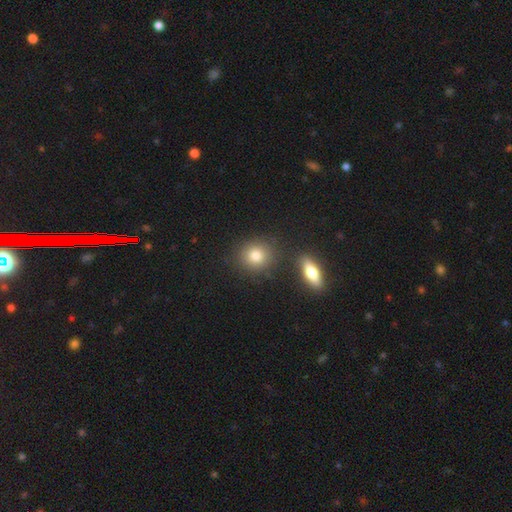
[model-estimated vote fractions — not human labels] Overall: smooth (81%). How rounded: round (82%). Merging: none (80%).